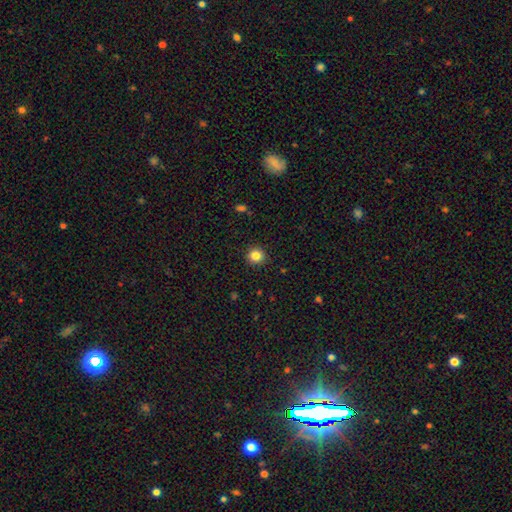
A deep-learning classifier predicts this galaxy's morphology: The model was most divided on "smooth or featured": smooth: 85%, star or artifact: 11%, featured or disk: 4%. More confident: how rounded — round (93%); merging — none (92%).